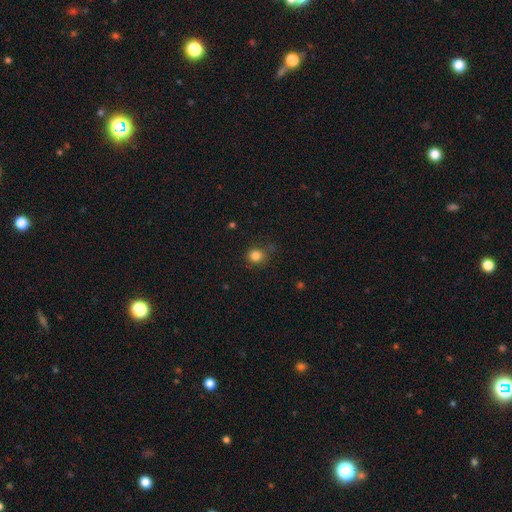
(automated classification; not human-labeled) A smooth galaxy with no disk features (83%) that is round (86%).

Vote fractions:
- Smooth or featured? smooth: 83% / star or artifact: 12% / featured or disk: 5%
- How rounded? round: 86% / in between: 13% / cigar-shaped: 1%
- Merging? none: 77% / minor disturbance: 16% / major disturbance: 5% / merger: 2%